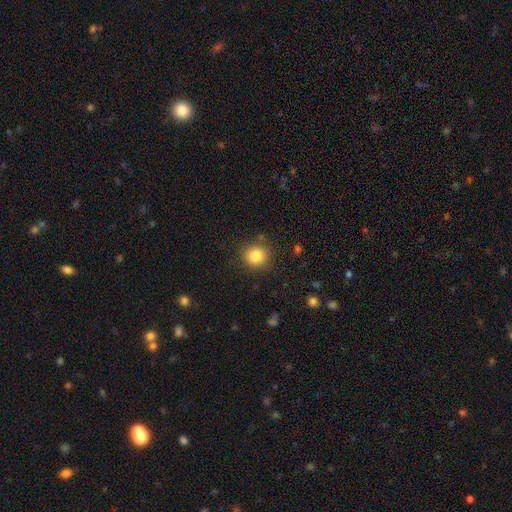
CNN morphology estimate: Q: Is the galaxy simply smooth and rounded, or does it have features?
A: smooth — 84%.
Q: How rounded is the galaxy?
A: round — 82%.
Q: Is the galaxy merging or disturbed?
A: none — 85%.